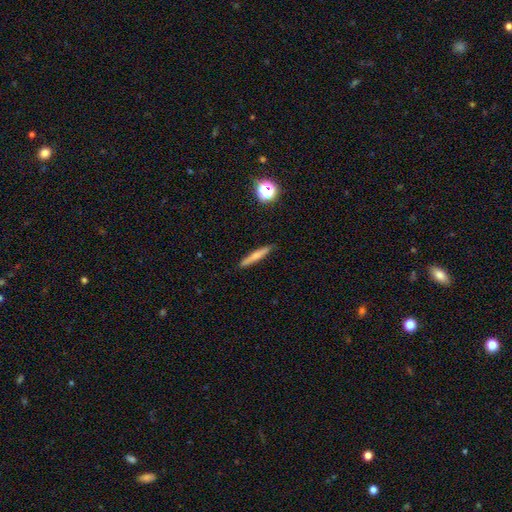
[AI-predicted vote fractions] Overall: smooth (64%; featured or disk 29%). How rounded: cigar-shaped (93%). Merging: none (89%).